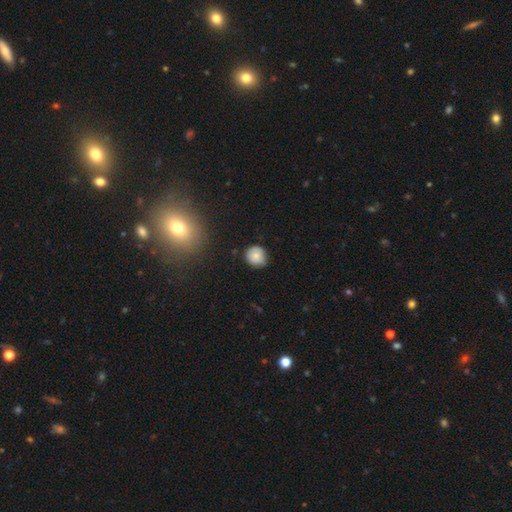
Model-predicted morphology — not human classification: smooth 79%, featured or disk 12%, star or artifact 9%. Down the decision tree: how rounded — round (85%); merging — none (75%).